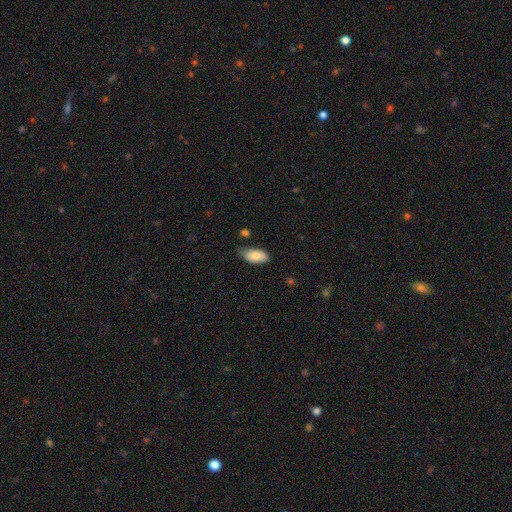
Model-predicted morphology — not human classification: smooth_or_featured: smooth (p=0.82) [alt: featured or disk p=0.11]
how_rounded: in between (p=0.93) [alt: cigar-shaped p=0.04]
merging: none (p=0.70) [alt: minor disturbance p=0.24]